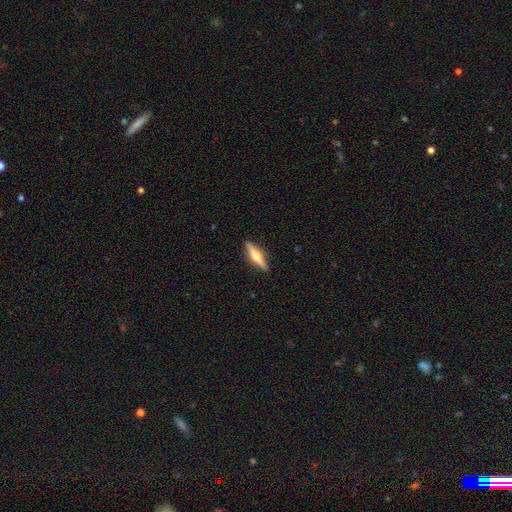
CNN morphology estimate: Overall: featured or disk (62%; smooth 32%). Edge-on disk: yes (97%). Edge-on bulge: rounded (91%). Merging: none (90%).